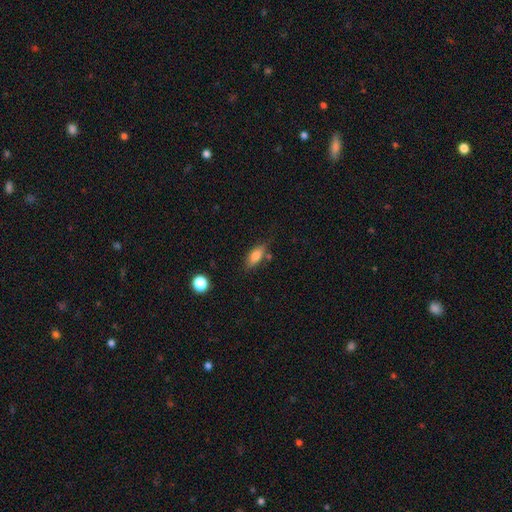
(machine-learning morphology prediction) smooth 80%, featured or disk 12%, star or artifact 8%. Down the decision tree: how rounded — in between (81%); merging — none (71%).